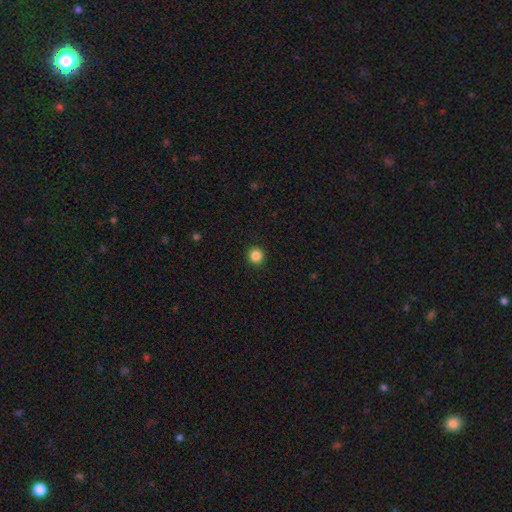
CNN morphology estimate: smooth 86%, star or artifact 11%, featured or disk 3%. Down the decision tree: how rounded — round (95%); merging — none (93%).